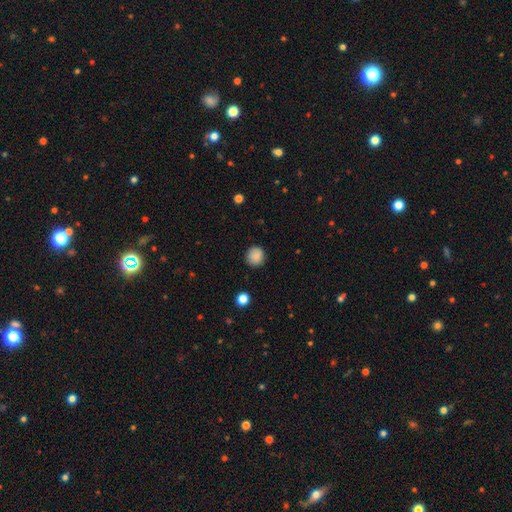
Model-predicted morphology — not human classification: Q: Smooth or featured?
A: smooth (86%); runner-up: star or artifact (9%)
Q: How rounded?
A: round (91%); runner-up: in between (8%)
Q: Merging?
A: none (88%); runner-up: minor disturbance (8%)